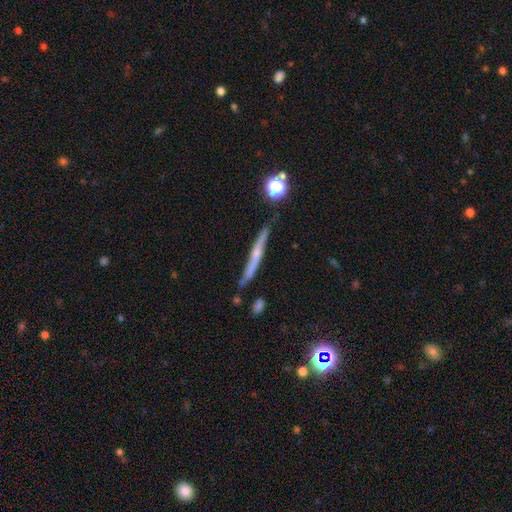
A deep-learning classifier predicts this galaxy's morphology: This appears to be a featured or disk galaxy (64%) viewed edge-on (94%) with a rounded central bulge (57%). Merging: none (77%).